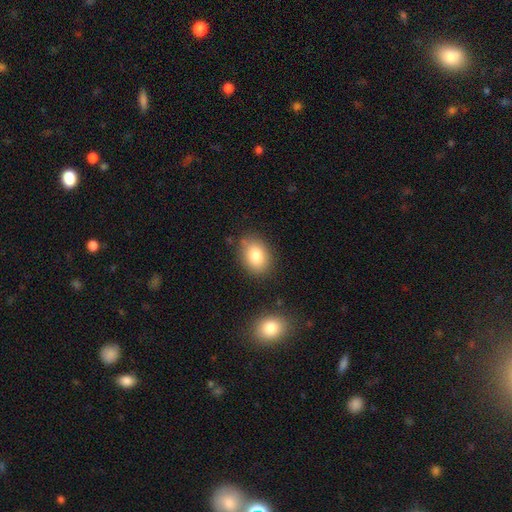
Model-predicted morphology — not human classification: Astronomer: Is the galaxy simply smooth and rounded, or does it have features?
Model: smooth — 83%.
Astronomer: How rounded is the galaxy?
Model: in between — 69%.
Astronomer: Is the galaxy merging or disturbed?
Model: none — 79%.